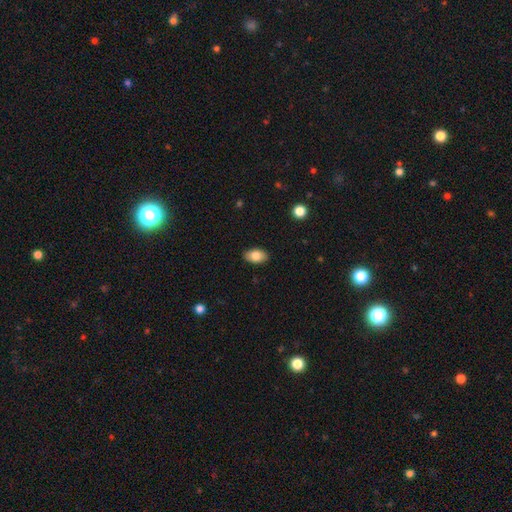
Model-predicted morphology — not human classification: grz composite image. It shows a smooth galaxy with no disk features (83%) that is in between round and cigar-shaped (92%). Merging: none (88%).